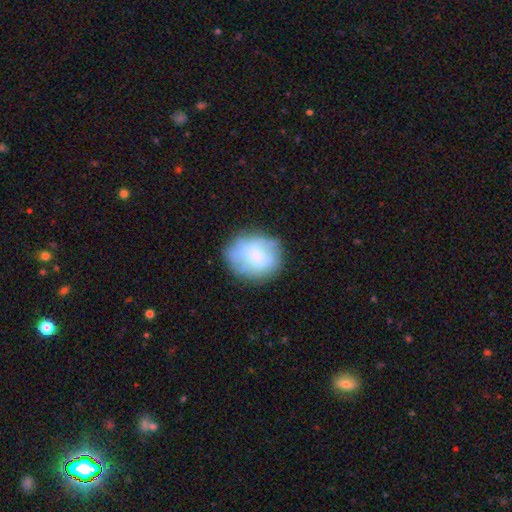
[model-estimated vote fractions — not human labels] Overall: smooth (56%; featured or disk 35%). How rounded: round (56%; in between 42%). Merging: none (64%).